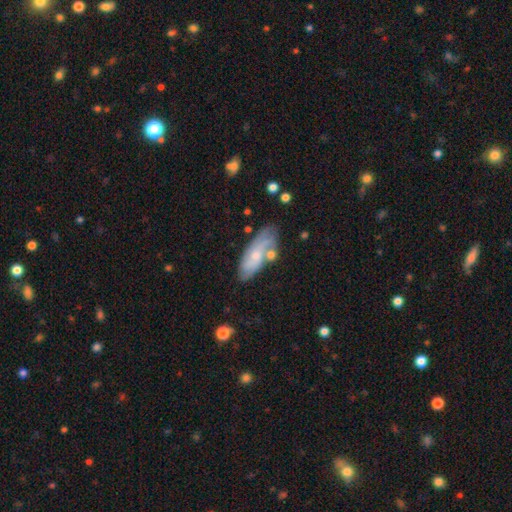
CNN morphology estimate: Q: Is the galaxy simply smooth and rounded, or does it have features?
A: smooth — 47%.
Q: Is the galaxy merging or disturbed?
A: none — 59%.